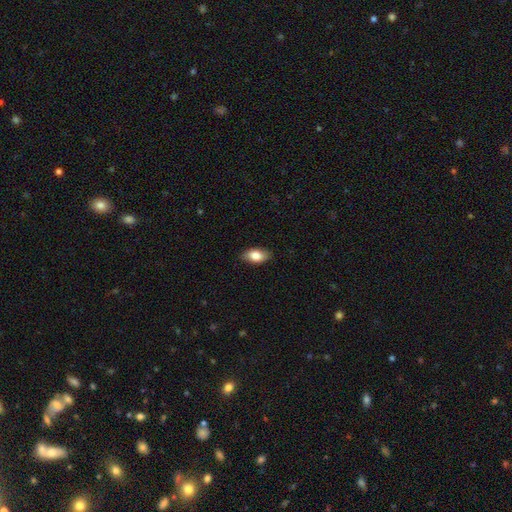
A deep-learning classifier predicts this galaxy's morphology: Q: Smooth or featured?
A: smooth (82%); runner-up: featured or disk (11%)
Q: How rounded?
A: in between (91%); runner-up: round (6%)
Q: Merging?
A: none (86%); runner-up: minor disturbance (11%)